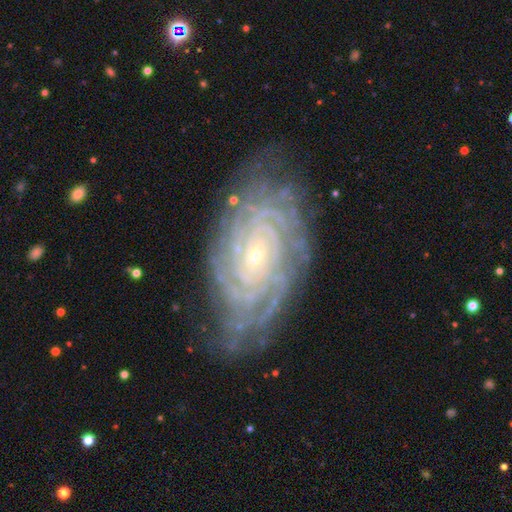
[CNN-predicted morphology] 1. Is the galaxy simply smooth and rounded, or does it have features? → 90% featured or disk, 6% star or artifact, 5% smooth.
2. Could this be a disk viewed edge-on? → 96% no, 4% yes.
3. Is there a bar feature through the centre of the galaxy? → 43% no, 41% weak, 16% strong.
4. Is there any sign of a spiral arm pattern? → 98% yes, 2% no.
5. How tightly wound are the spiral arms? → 85% tight, 13% medium, 2% loose.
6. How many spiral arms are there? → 25% can't tell, 23% more than 4, 23% 4, 11% 3, 10% 2, 7% 1.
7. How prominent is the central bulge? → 77% small, 19% moderate, 2% none, 1% large, 1% dominant.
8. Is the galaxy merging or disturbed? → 75% none, 18% minor disturbance, 5% major disturbance, 1% merger.